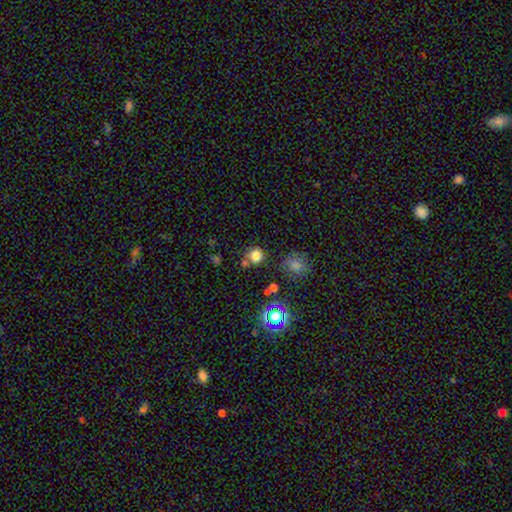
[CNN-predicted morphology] This is likely a smooth galaxy (75%). How rounded: clearly round (83%). Merging: likely none (66%).